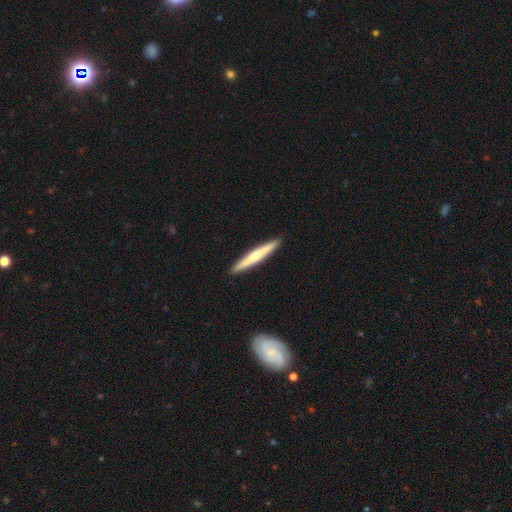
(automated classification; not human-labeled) Morphology: type=featured or disk (51%); edge-on=yes (97%); merging=none (93%).